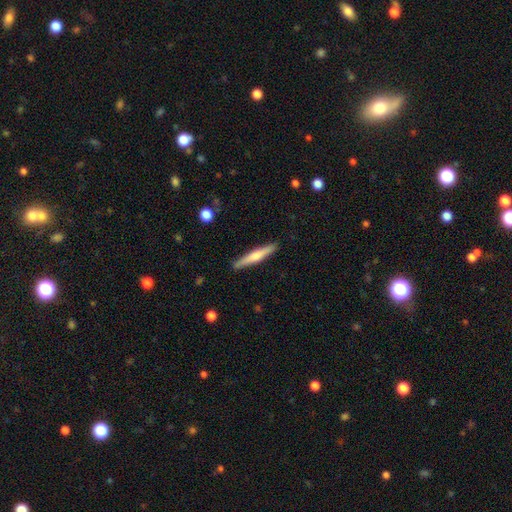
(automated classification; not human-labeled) Overall: smooth (48%; featured or disk 47%). Merging: none (90%).